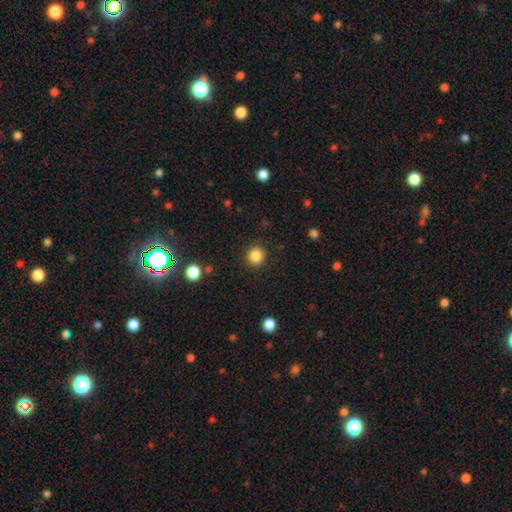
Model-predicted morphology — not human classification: smooth_or_featured: smooth (p=0.85) [alt: star or artifact p=0.11]
how_rounded: round (p=0.87) [alt: in between p=0.12]
merging: none (p=0.90) [alt: minor disturbance p=0.06]